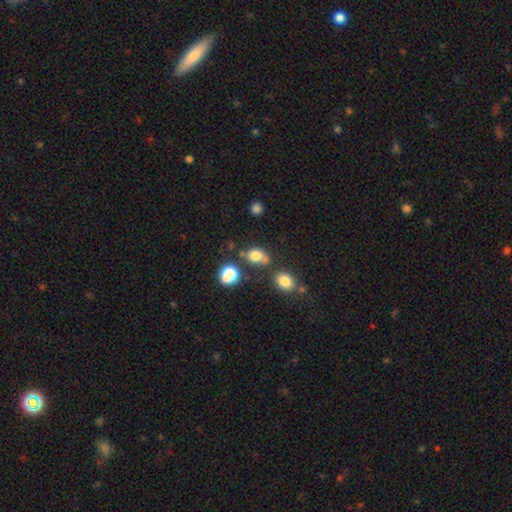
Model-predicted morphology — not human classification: A smooth galaxy with no disk features (76%) that is in between round and cigar-shaped (56%).

Vote fractions:
- Smooth or featured? smooth: 76% / star or artifact: 14% / featured or disk: 9%
- How rounded? in between: 56% / round: 42% / cigar-shaped: 2%
- Merging? none: 52% / merger: 21% / minor disturbance: 19% / major disturbance: 8%